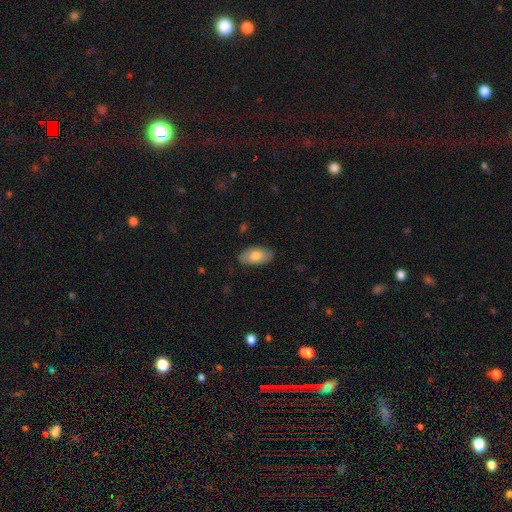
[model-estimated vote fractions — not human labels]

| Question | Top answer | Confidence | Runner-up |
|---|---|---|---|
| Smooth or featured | smooth | 75% | featured or disk (19%) |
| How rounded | in between | 94% | round (3%) |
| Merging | none | 84% | minor disturbance (13%) |